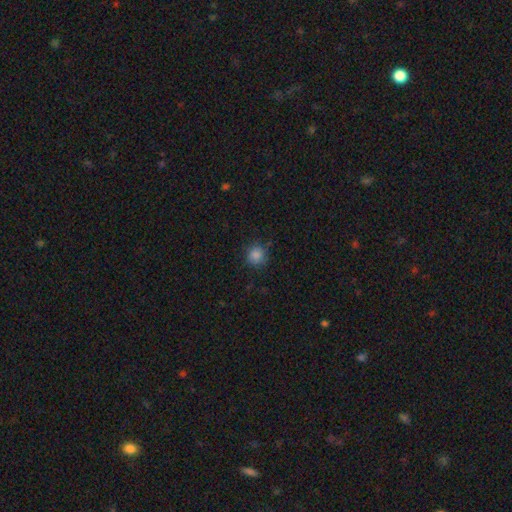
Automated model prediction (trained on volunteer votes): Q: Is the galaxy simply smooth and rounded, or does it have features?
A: smooth — 85%.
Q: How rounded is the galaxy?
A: round — 90%.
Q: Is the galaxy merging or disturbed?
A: none — 82%.